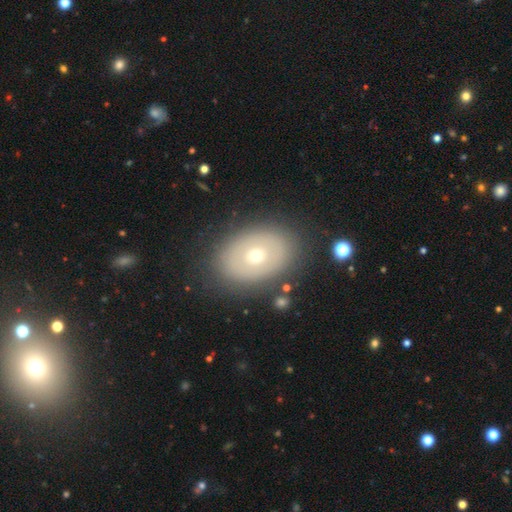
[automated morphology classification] Smooth or featured? smooth (49%)
Merging? none (84%)